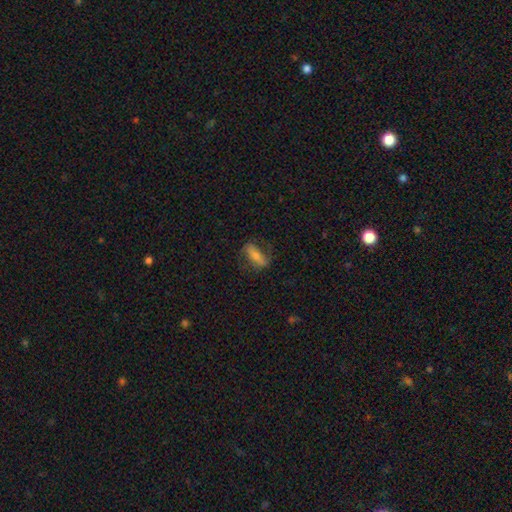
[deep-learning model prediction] smooth_or_featured: smooth (p=0.57) [alt: featured or disk p=0.35]
how_rounded: in between (p=0.60) [alt: cigar-shaped p=0.36]
merging: none (p=0.65) [alt: minor disturbance p=0.21]